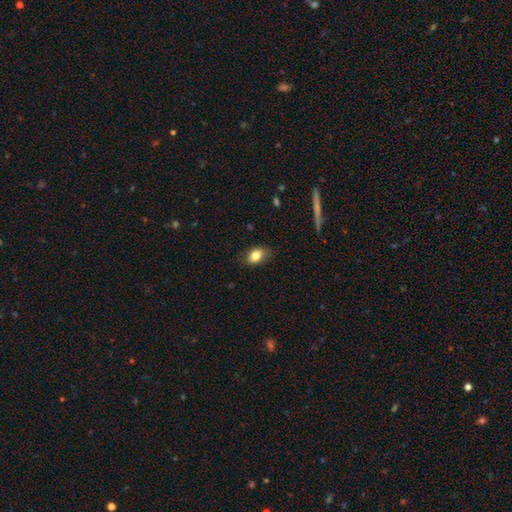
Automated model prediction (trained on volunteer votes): The model was most divided on "how rounded": in between: 81%, round: 17%, cigar-shaped: 2%. More confident: smooth or featured — smooth (83%); merging — none (81%).